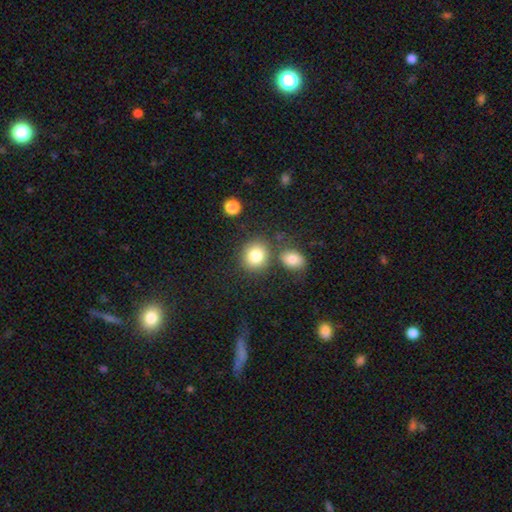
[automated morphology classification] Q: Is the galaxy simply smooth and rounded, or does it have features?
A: smooth — 83%.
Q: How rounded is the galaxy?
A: round — 80%.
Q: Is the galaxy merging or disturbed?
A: none — 71%.